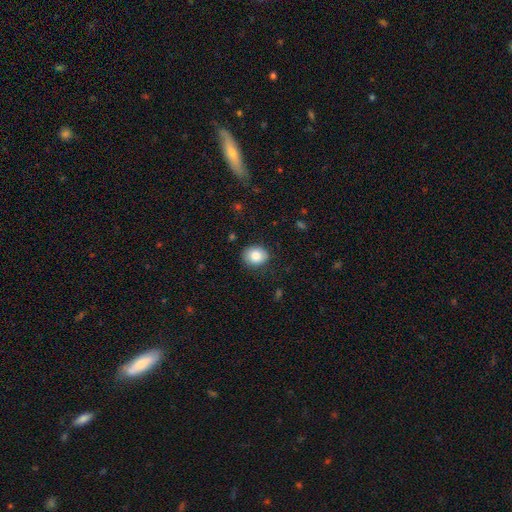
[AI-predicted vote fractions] Smooth or featured: smooth — 85% (star or artifact — 8%)
How rounded: round — 62% (in between — 37%)
Merging: none — 82% (minor disturbance — 13%)